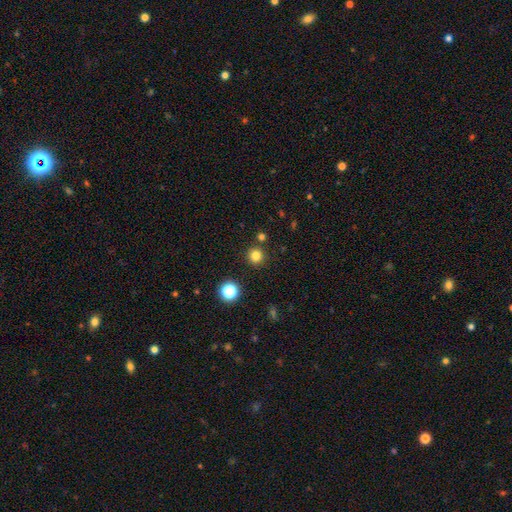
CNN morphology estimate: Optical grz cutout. It shows a smooth galaxy with no disk features (80%) that is round (95%). Merging: none (88%).